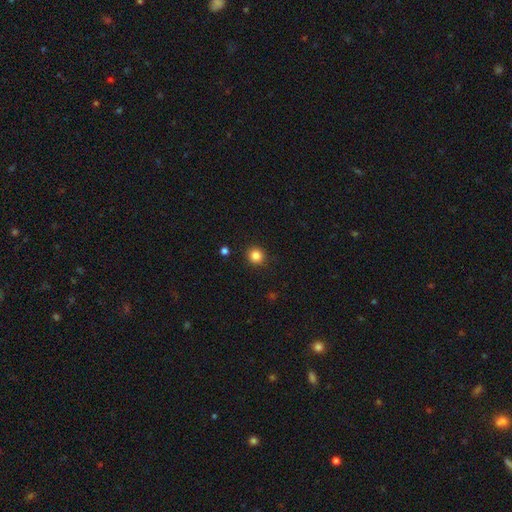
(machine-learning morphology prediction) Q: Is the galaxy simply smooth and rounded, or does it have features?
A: smooth — 85%.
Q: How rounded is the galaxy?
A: round — 92%.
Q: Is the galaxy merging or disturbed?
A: none — 91%.